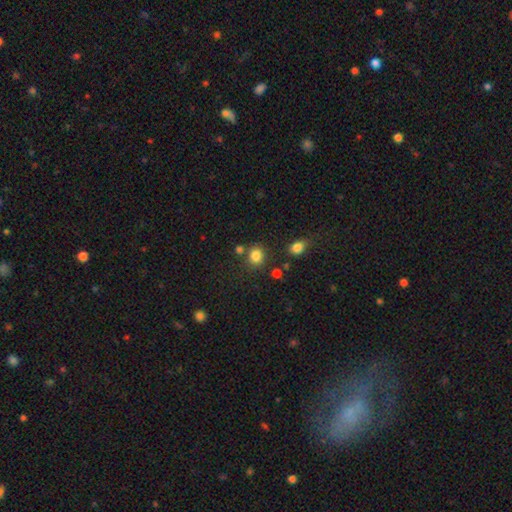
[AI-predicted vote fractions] smooth 83%, star or artifact 12%, featured or disk 5%. Down the decision tree: how rounded — round (75%); merging — none (75%).